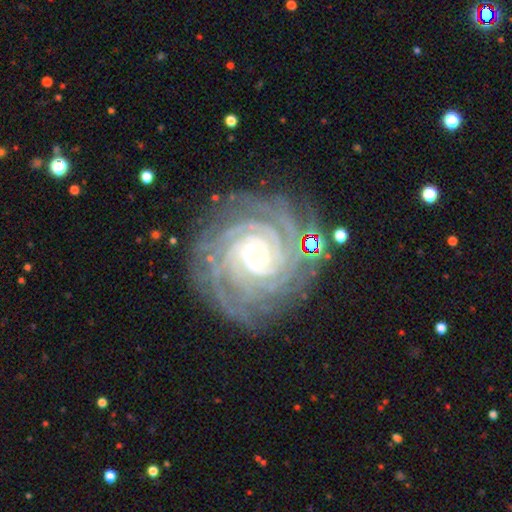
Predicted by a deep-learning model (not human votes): Smooth or featured?
  - featured or disk: 92% *
  - star or artifact: 5%
  - smooth: 3%
Edge-on disk?
  - no: 98% *
  - yes: 2%
Bar?
  - weak: 48% *
  - strong: 27%
  - no: 25%
Spiral arms?
  - yes: 99% *
  - no: 1%
Spiral winding?
  - tight: 84% *
  - medium: 14%
  - loose: 2%
Spiral arm count?
  - 4: 28% *
  - more than 4: 18%
  - can't tell: 17%
  - 3: 16%
  - 2: 13%
  - 1: 8%
Bulge size?
  - small: 57% *
  - moderate: 37%
  - large: 3%
  - none: 2%
  - dominant: 1%
Merging?
  - none: 78% *
  - minor disturbance: 15%
  - major disturbance: 5%
  - merger: 2%